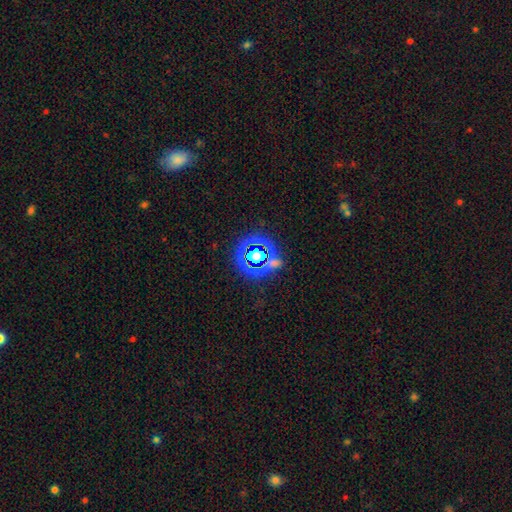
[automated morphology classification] A star or artifact, not a galaxy (61%).